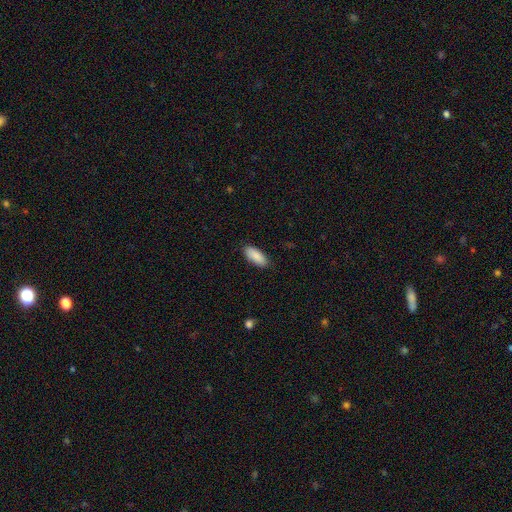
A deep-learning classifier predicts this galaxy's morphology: Smooth or featured? Predicted: smooth (p=0.90). How rounded? Predicted: in between (p=0.84). Merging? Predicted: none (p=0.87).